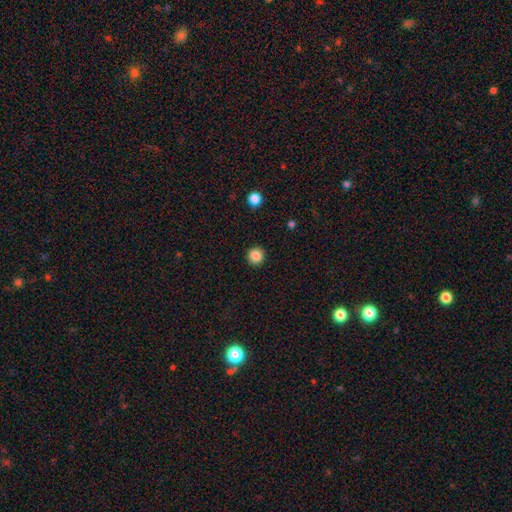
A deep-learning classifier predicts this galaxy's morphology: This is clearly a smooth galaxy (86%). How rounded: clearly round (95%). Merging: clearly none (93%).